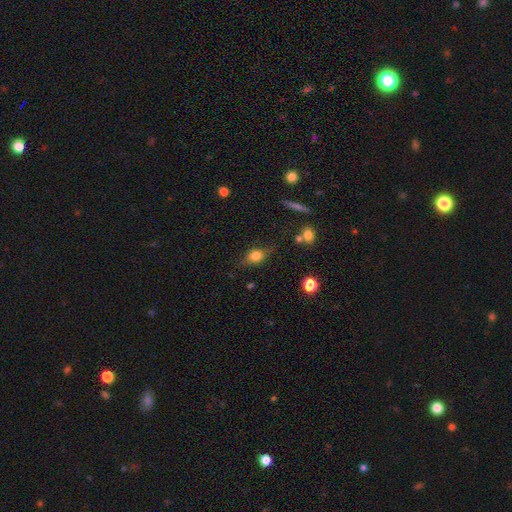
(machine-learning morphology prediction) A smooth galaxy with no disk features (67%) that is in between round and cigar-shaped (55%).

Vote fractions:
- Smooth or featured? smooth: 67% / featured or disk: 22% / star or artifact: 11%
- How rounded? in between: 55% / round: 38% / cigar-shaped: 7%
- Merging? none: 70% / minor disturbance: 21% / major disturbance: 7% / merger: 3%